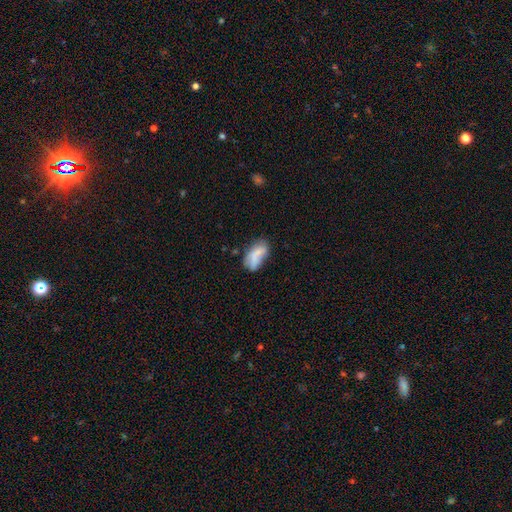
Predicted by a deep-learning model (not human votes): smooth-or-featured: smooth: 69% | featured or disk: 23% | star or artifact: 8%
  how-rounded: in between: 91% | cigar-shaped: 5% | round: 4%
  merging: none: 42% | minor disturbance: 31% | major disturbance: 16% | merger: 11%